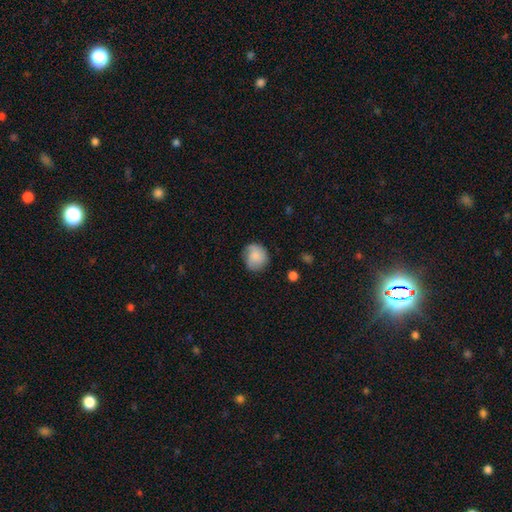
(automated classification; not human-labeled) smooth 81%, featured or disk 12%, star or artifact 7%. Down the decision tree: how rounded — round (83%); merging — none (73%).